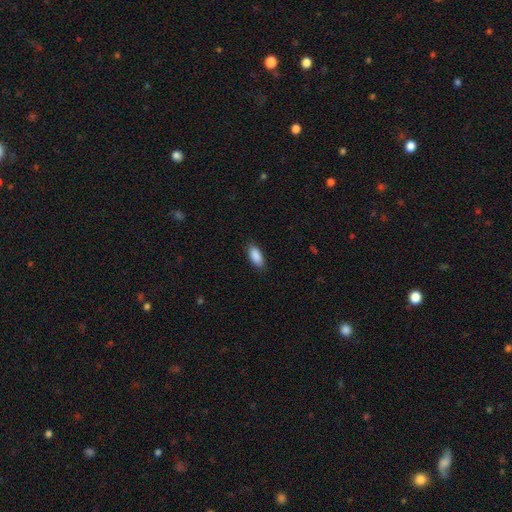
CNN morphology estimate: Smooth or featured?
  - smooth: 90% *
  - star or artifact: 6%
  - featured or disk: 4%
How rounded?
  - in between: 88% *
  - cigar-shaped: 10%
  - round: 2%
Merging?
  - none: 86% *
  - minor disturbance: 11%
  - major disturbance: 2%
  - merger: 1%